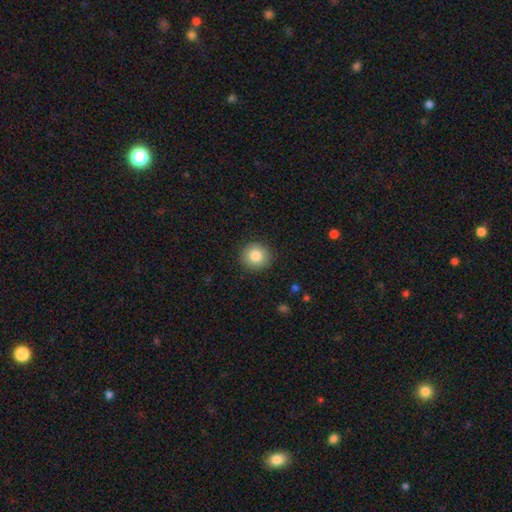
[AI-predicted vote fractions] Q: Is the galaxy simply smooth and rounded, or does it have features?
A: smooth — 84%.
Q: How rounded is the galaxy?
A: round — 89%.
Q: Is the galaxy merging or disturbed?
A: none — 90%.